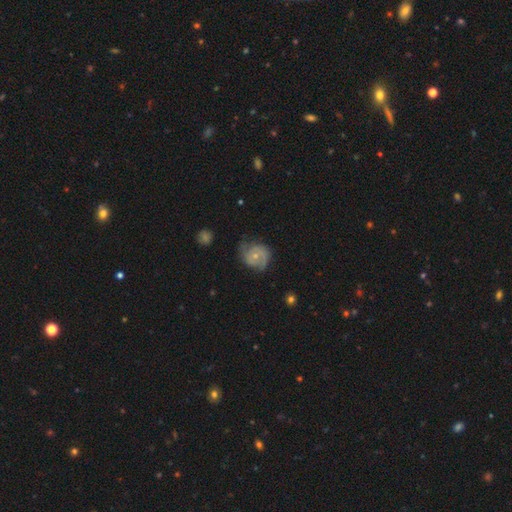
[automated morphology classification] featured or disk 73%, smooth 21%, star or artifact 7%. Down the decision tree: edge-on disk — no (98%); bar — no (75%); spiral arms — yes (91%); spiral arm count — 2 (63%); spiral winding — tight (45%); bulge size — small (62%); merging — none (62%).